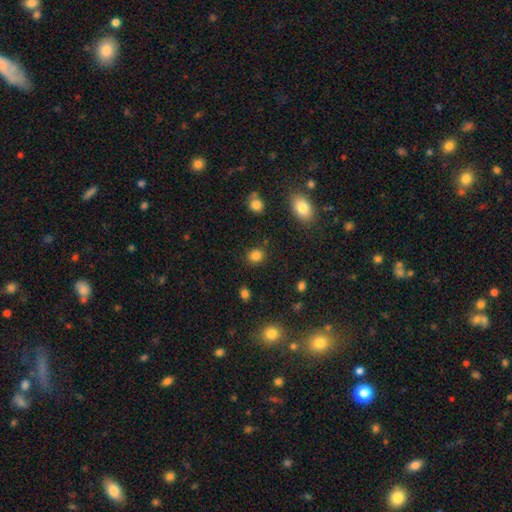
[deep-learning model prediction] This appears to be a smooth galaxy with no disk features (84%) that is round (70%). Merging: none (86%).